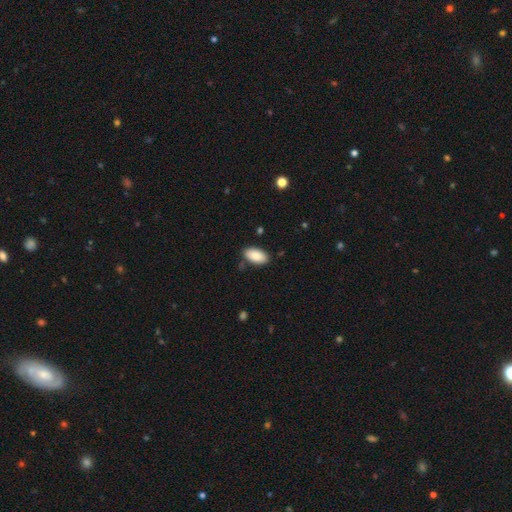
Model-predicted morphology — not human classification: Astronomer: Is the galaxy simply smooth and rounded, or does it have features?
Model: smooth — 89%.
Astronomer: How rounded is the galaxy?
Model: in between — 95%.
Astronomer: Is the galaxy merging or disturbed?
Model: none — 84%.